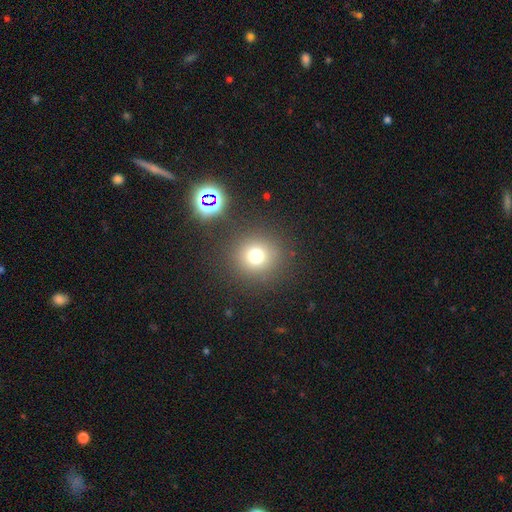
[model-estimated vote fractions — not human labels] Smooth or featured? smooth (73%)
How rounded? round (92%)
Merging? none (86%)